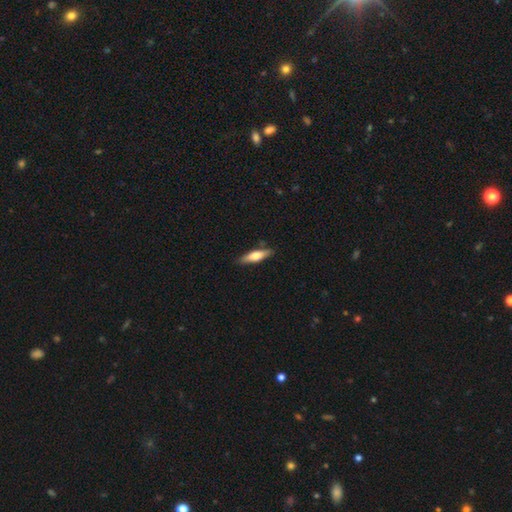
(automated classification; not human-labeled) A smooth galaxy with no disk features (62%) that is cigar-shaped (63%).

Vote fractions:
- Smooth or featured? smooth: 62% / featured or disk: 32% / star or artifact: 6%
- How rounded? cigar-shaped: 63% / in between: 35% / round: 2%
- Merging? none: 85% / minor disturbance: 12% / major disturbance: 2% / merger: 2%